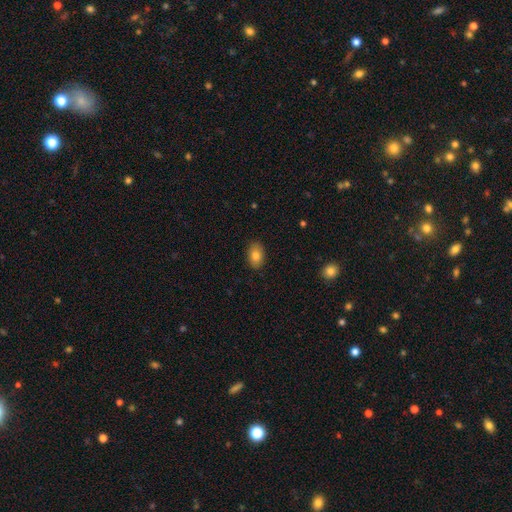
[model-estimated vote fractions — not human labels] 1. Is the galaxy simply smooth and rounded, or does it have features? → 81% smooth, 11% featured or disk, 8% star or artifact.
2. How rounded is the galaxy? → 85% in between, 13% round, 1% cigar-shaped.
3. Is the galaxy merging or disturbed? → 88% none, 9% minor disturbance, 2% major disturbance, 1% merger.